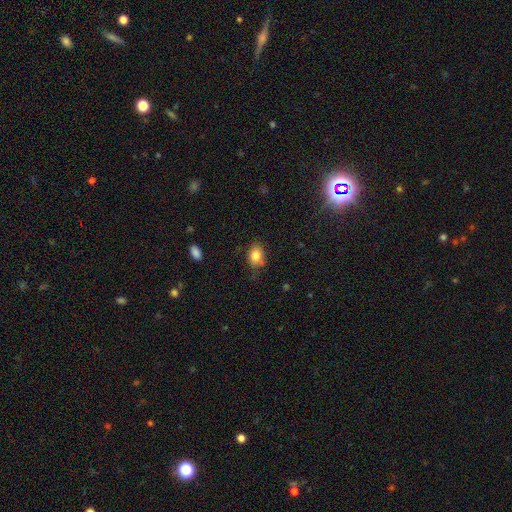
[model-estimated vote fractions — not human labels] Smooth or featured?
  - smooth: 82% *
  - star or artifact: 9%
  - featured or disk: 9%
How rounded?
  - in between: 70% *
  - round: 29%
  - cigar-shaped: 1%
Merging?
  - none: 70% *
  - minor disturbance: 21%
  - major disturbance: 4%
  - merger: 4%